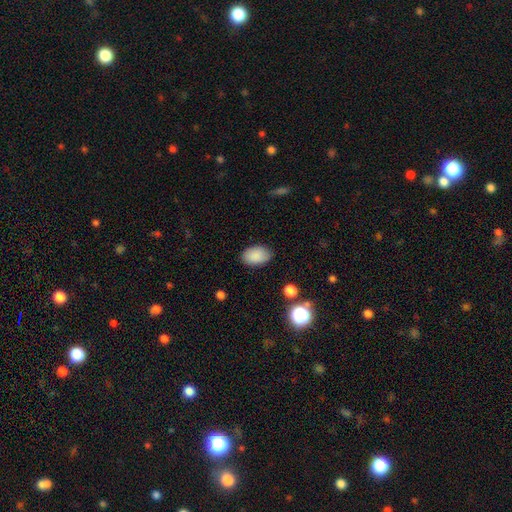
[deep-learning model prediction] A smooth galaxy with no disk features (87%) that is in between round and cigar-shaped (91%). Merging: none (85%).